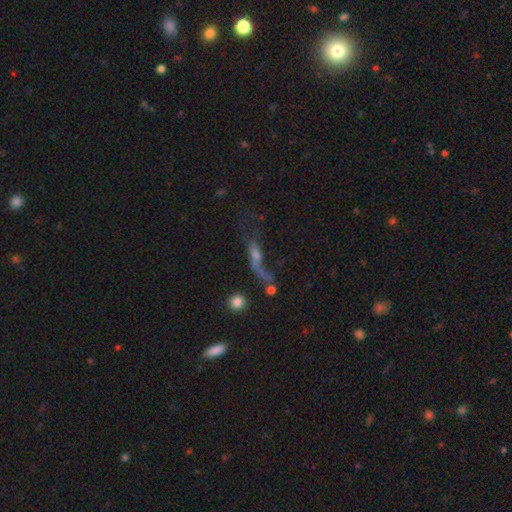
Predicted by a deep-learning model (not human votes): featured or disk 38%, star or artifact 34%, smooth 29%. Down the decision tree: merging — none (45%).